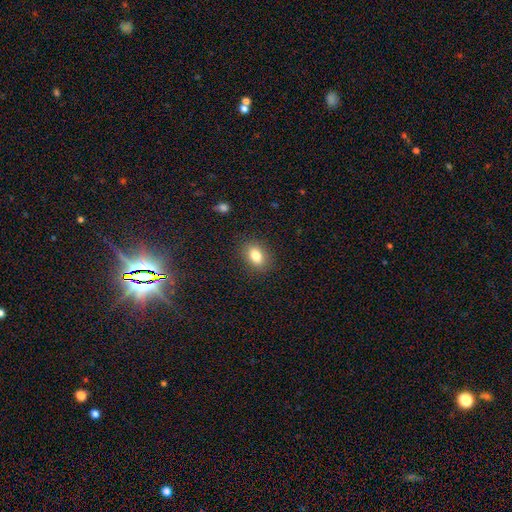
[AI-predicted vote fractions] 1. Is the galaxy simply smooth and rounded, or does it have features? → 82% smooth, 9% star or artifact, 9% featured or disk.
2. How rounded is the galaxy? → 78% in between, 20% round, 2% cigar-shaped.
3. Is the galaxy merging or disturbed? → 87% none, 9% minor disturbance, 3% major disturbance, 1% merger.